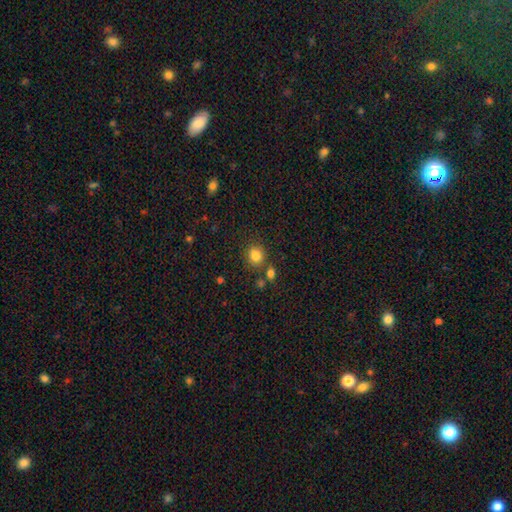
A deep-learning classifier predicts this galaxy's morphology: The model was most divided on "how rounded": round: 77%, in between: 22%, cigar-shaped: 1%. More confident: smooth or featured — smooth (81%); merging — none (76%).